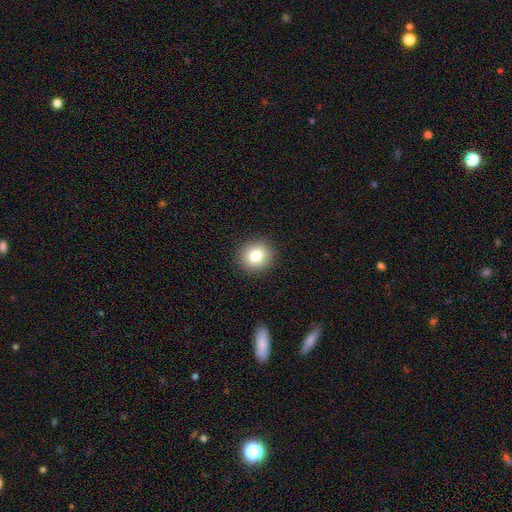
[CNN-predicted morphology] Smooth or featured? smooth (80%)
How rounded? round (89%)
Merging? none (91%)